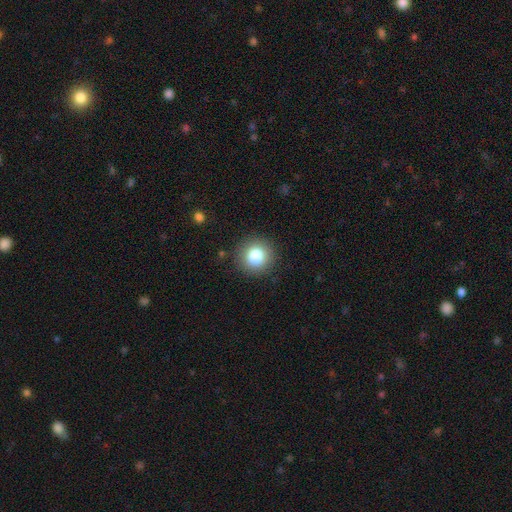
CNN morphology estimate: This is clearly a smooth galaxy (82%). How rounded: clearly round (94%). Merging: clearly none (90%).